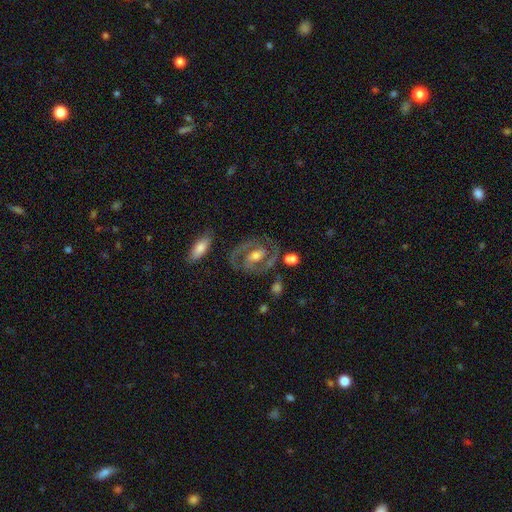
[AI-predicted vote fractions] Q: Smooth or featured?
A: featured or disk (84%); runner-up: smooth (10%)
Q: Edge-on disk?
A: no (96%); runner-up: yes (4%)
Q: Bar?
A: weak (39%); runner-up: no (30%)
Q: Spiral arms?
A: yes (92%); runner-up: no (8%)
Q: Spiral winding?
A: medium (48%); runner-up: tight (43%)
Q: Spiral arm count?
A: 2 (89%); runner-up: can't tell (5%)
Q: Bulge size?
A: moderate (59%); runner-up: small (24%)
Q: Merging?
A: none (75%); runner-up: minor disturbance (14%)